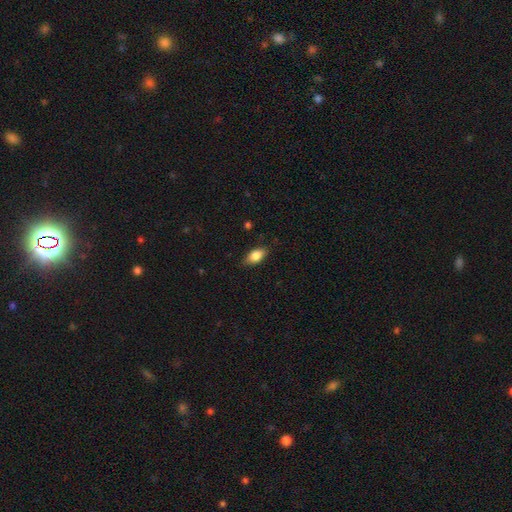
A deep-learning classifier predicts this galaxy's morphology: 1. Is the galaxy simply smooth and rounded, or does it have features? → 81% smooth, 12% featured or disk, 7% star or artifact.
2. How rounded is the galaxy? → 87% in between, 7% round, 6% cigar-shaped.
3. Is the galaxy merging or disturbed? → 80% none, 16% minor disturbance, 3% major disturbance, 1% merger.